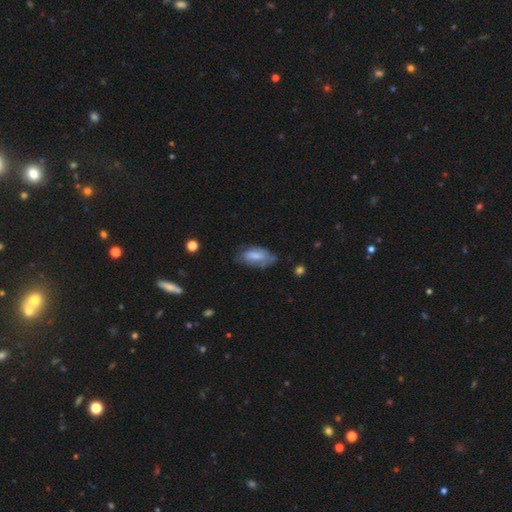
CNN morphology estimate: A smooth galaxy with no disk features (65%) that is in between round and cigar-shaped (89%). Merging: none (53%).